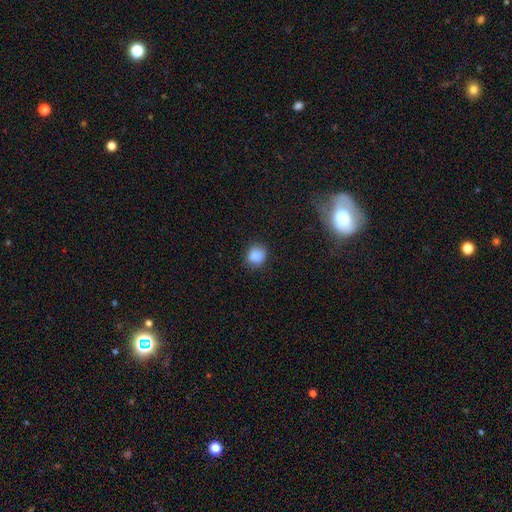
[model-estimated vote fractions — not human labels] A smooth galaxy with no disk features (84%) that is round (75%). Merging: none (79%).